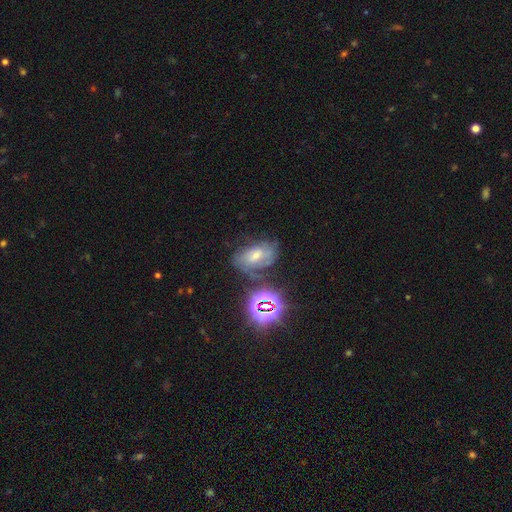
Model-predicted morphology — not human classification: Q: Smooth or featured?
A: featured or disk (43%); runner-up: star or artifact (36%)
Q: Merging?
A: none (64%); runner-up: minor disturbance (20%)